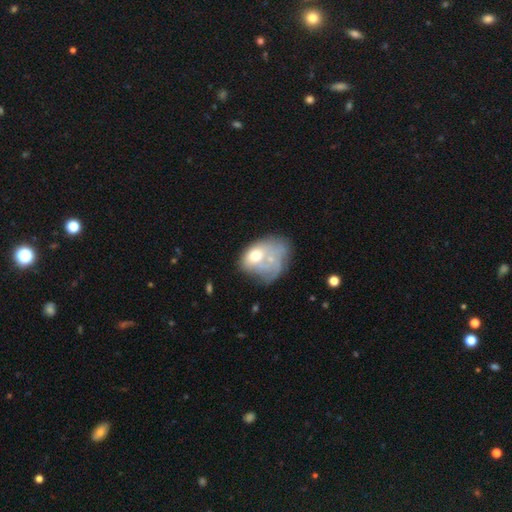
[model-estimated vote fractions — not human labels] Morphology: type=smooth (51%); roundness=in between (68%); merging=merger (41%).